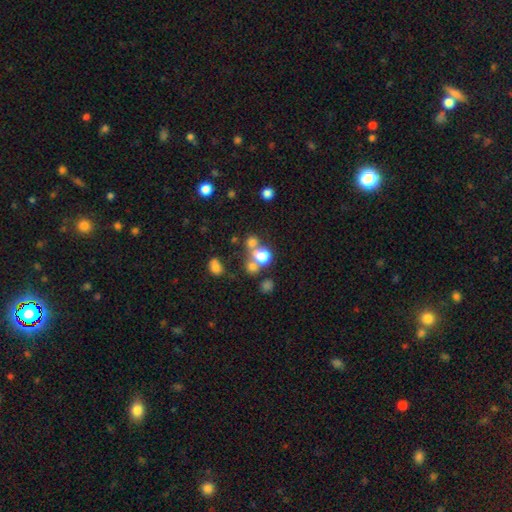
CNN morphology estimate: smooth 59%, star or artifact 27%, featured or disk 15%. Down the decision tree: how rounded — round (79%); merging — none (48%).